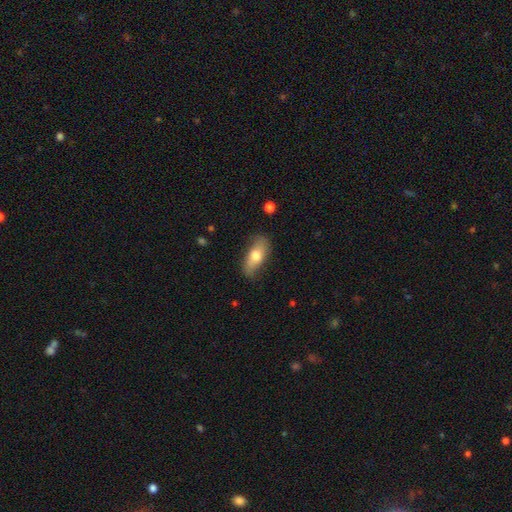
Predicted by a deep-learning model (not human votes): Q: Smooth or featured?
A: smooth (67%); runner-up: featured or disk (27%)
Q: How rounded?
A: in between (80%); runner-up: cigar-shaped (16%)
Q: Merging?
A: none (76%); runner-up: minor disturbance (18%)